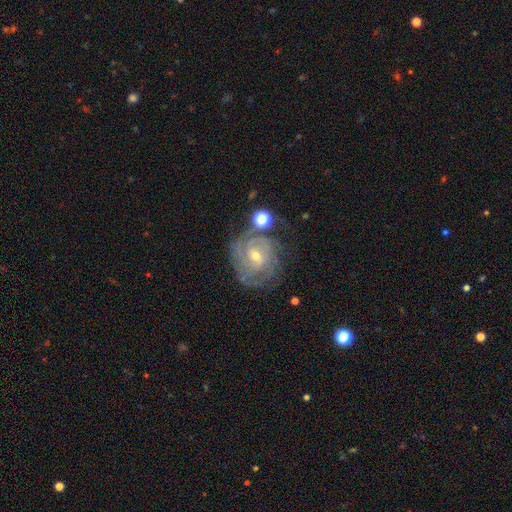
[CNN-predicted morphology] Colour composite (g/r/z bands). It shows a featured or disk galaxy (84%) with a weak bar (48%), tight (68%) spiral arms (94%) and a small central bulge (57%). Merging: none (63%).